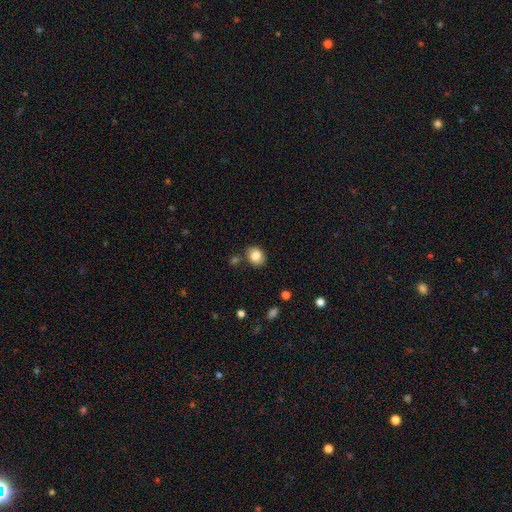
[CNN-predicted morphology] smooth-or-featured: smooth: 82% | featured or disk: 9% | star or artifact: 9%
  how-rounded: round: 60% | in between: 40% | cigar-shaped: 1%
  merging: none: 76% | minor disturbance: 14% | merger: 6% | major disturbance: 3%